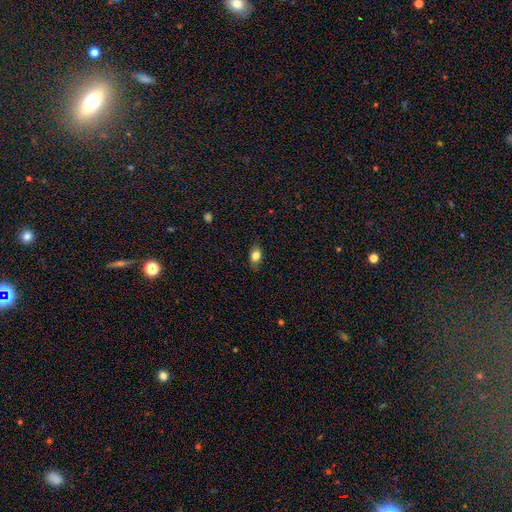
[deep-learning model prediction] smooth_or_featured: smooth (p=0.83) [alt: star or artifact p=0.09]
how_rounded: in between (p=0.77) [alt: round p=0.20]
merging: none (p=0.83) [alt: minor disturbance p=0.14]